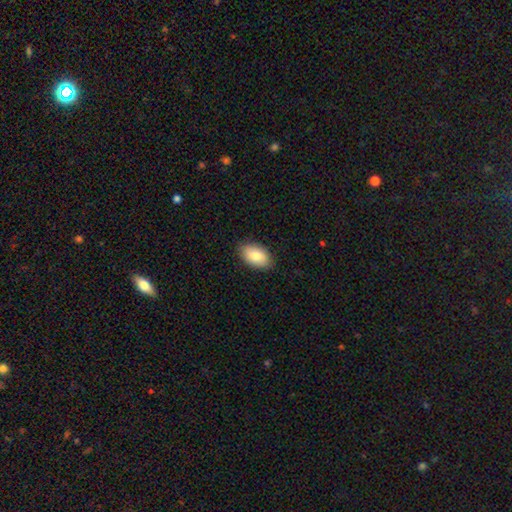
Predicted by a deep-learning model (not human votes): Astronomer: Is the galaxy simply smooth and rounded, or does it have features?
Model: smooth — 81%.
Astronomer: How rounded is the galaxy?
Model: in between — 93%.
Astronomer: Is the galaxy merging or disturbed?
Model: none — 87%.